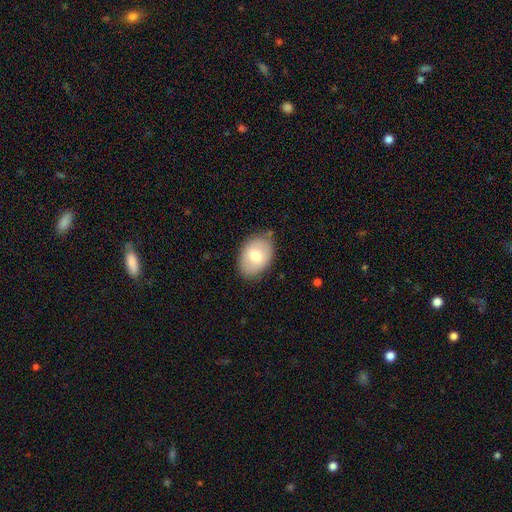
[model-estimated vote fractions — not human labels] This appears to be a smooth galaxy with no disk features (73%) that is in between round and cigar-shaped (82%). Merging: none (80%).